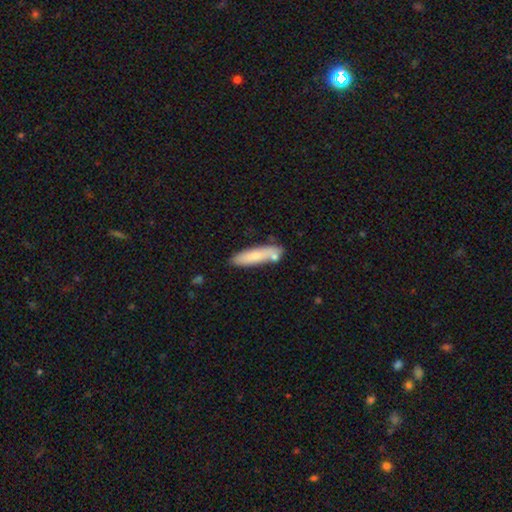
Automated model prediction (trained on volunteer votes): A smooth galaxy with no disk features (76%) that is cigar-shaped (75%). Merging: none (70%).